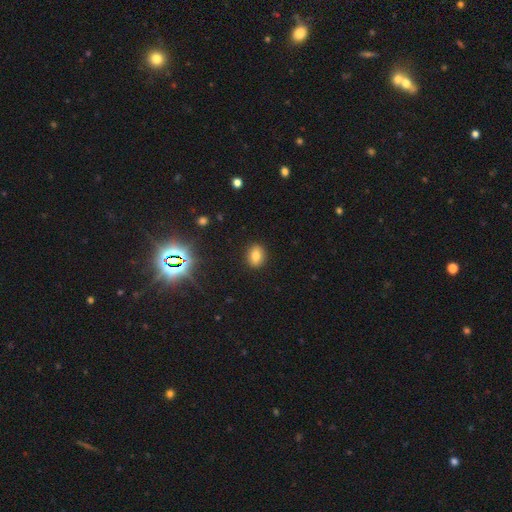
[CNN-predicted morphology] smooth 76%, star or artifact 15%, featured or disk 9%. Down the decision tree: how rounded — in between (52%); merging — none (89%).